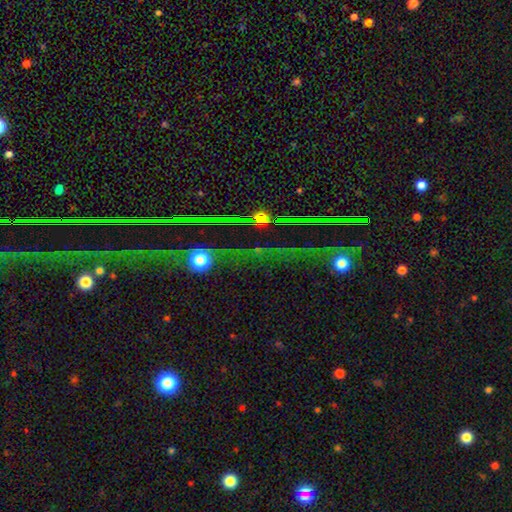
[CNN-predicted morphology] Smooth or featured? Predicted: star or artifact (p=0.78).